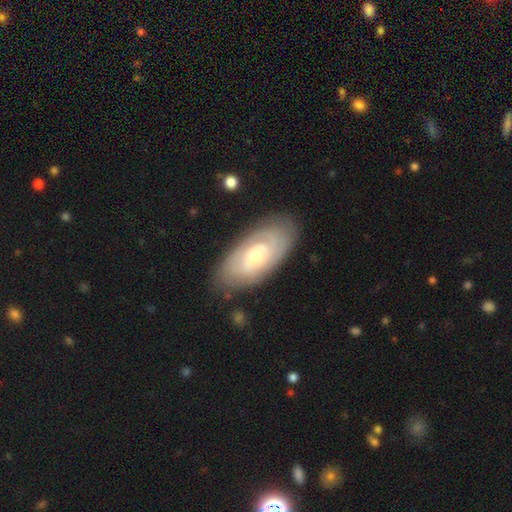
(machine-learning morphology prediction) smooth_or_featured: featured or disk (p=0.69) [alt: smooth p=0.25]
disk_edge_on: no (p=0.92) [alt: yes p=0.08]
bar: no (p=0.75) [alt: weak p=0.20]
has_spiral_arms: yes (p=0.78) [alt: no p=0.22]
bulge_size: moderate (p=0.50) [alt: small p=0.45]
merging: none (p=0.79) [alt: minor disturbance p=0.15]